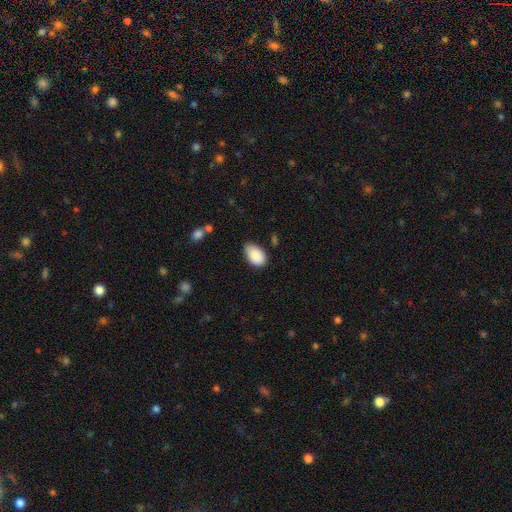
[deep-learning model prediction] A smooth galaxy with no disk features (88%) that is in between round and cigar-shaped (93%).

Vote fractions:
- Smooth or featured? smooth: 88% / star or artifact: 7% / featured or disk: 5%
- How rounded? in between: 93% / round: 6% / cigar-shaped: 1%
- Merging? none: 65% / minor disturbance: 28% / major disturbance: 4% / merger: 2%